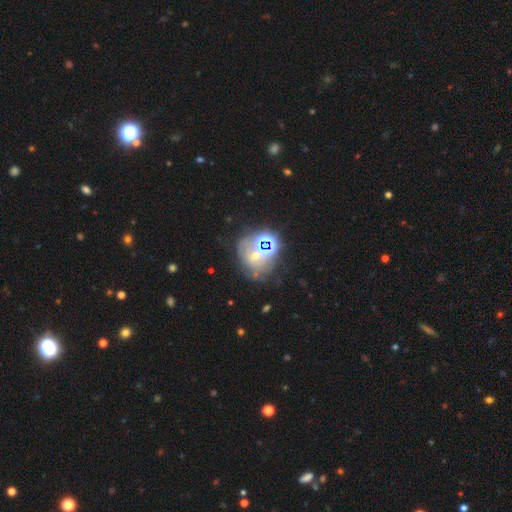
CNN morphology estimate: Smooth or featured? Predicted: star or artifact (p=0.41).